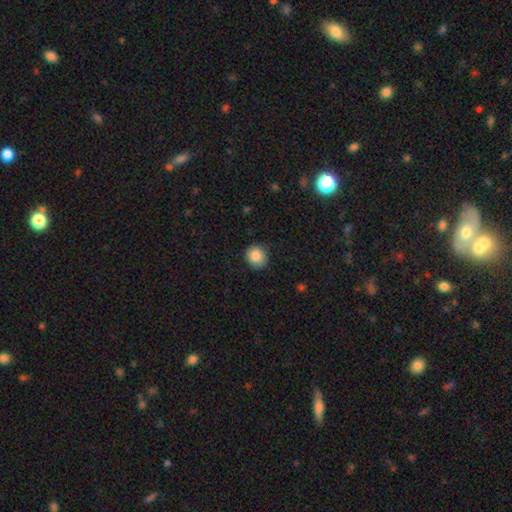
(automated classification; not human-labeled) This is clearly a smooth galaxy (86%). How rounded: clearly round (84%). Merging: clearly none (84%).